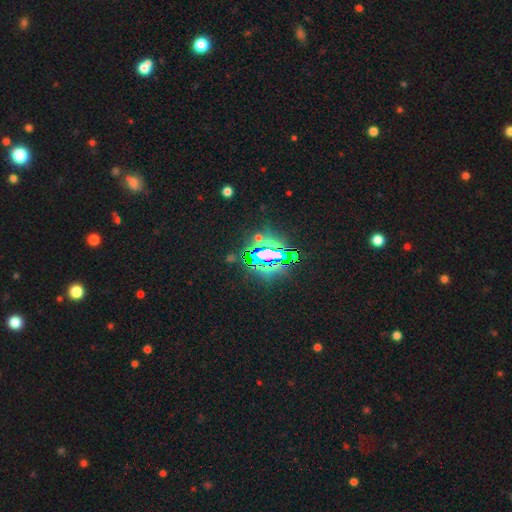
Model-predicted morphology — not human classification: Q: Smooth or featured?
A: star or artifact (83%); runner-up: smooth (9%)